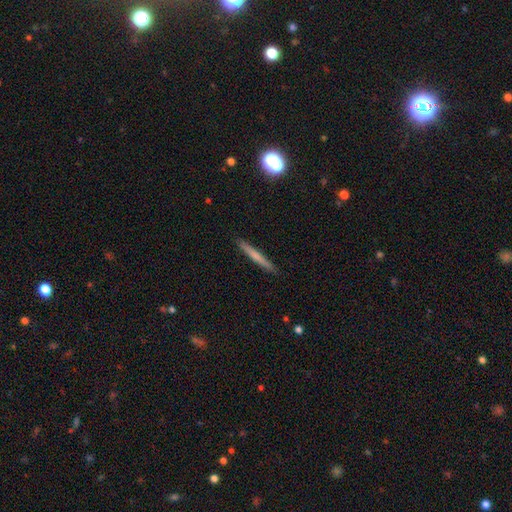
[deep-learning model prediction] Smooth or featured? Predicted: smooth (p=0.62). How rounded? Predicted: cigar-shaped (p=0.97). Merging? Predicted: none (p=0.92).